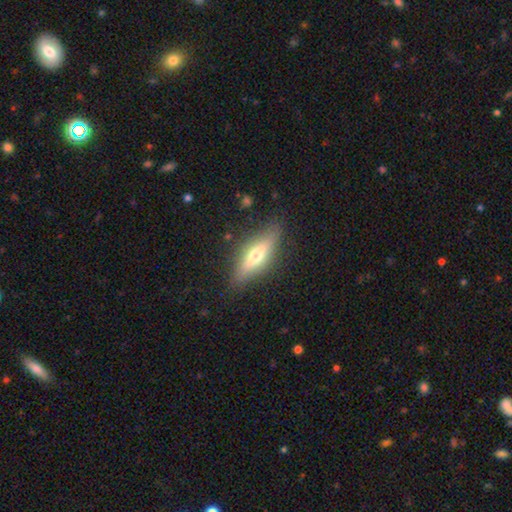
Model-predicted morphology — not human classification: A featured or disk galaxy (52%) viewed edge-on (85%). Merging: none (84%).